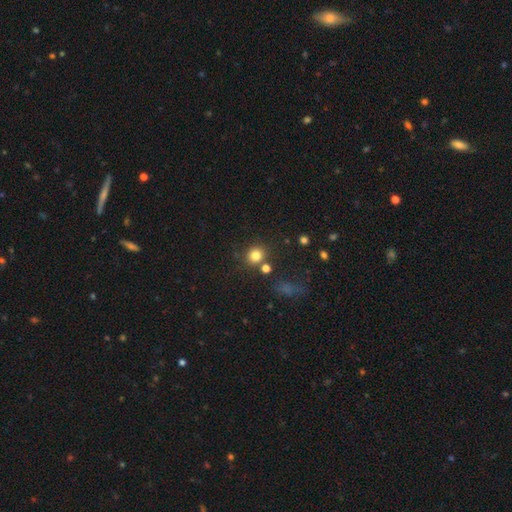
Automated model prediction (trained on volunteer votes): smooth-or-featured: smooth: 80% | star or artifact: 14% | featured or disk: 6%
  how-rounded: round: 86% | in between: 13% | cigar-shaped: 1%
  merging: none: 76% | merger: 11% | minor disturbance: 10% | major disturbance: 4%